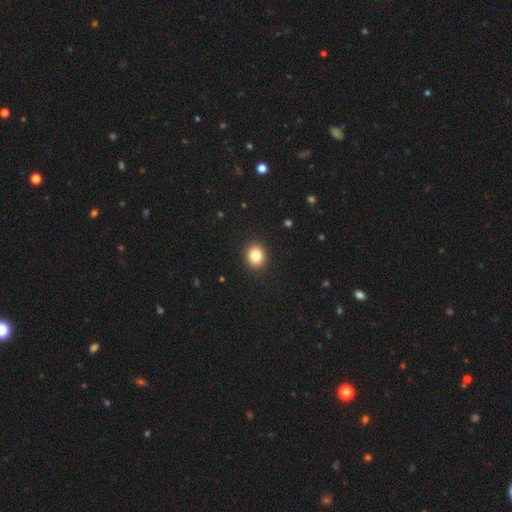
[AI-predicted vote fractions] This is clearly a smooth galaxy (83%). How rounded: likely round (75%). Merging: clearly none (92%).